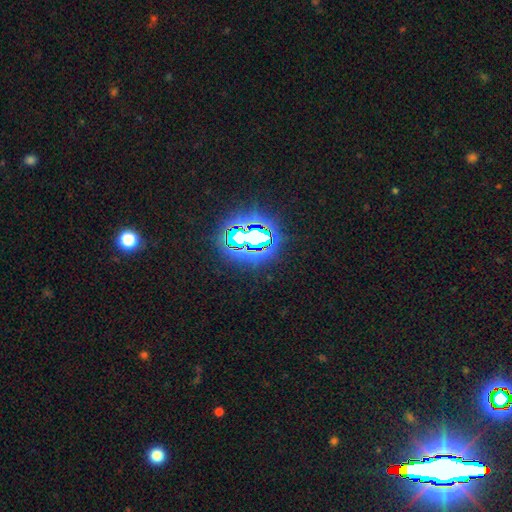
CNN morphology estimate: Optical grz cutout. It shows a star or artifact, not a galaxy (82%).